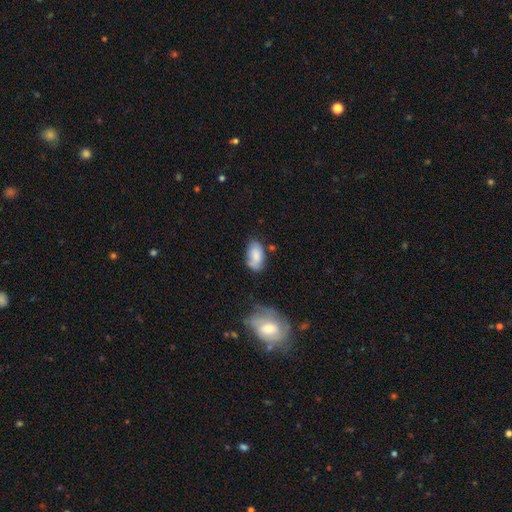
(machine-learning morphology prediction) Smooth or featured?
  - smooth: 73% *
  - featured or disk: 19%
  - star or artifact: 8%
How rounded?
  - in between: 93% *
  - round: 5%
  - cigar-shaped: 2%
Merging?
  - none: 54% *
  - minor disturbance: 30%
  - major disturbance: 9%
  - merger: 7%